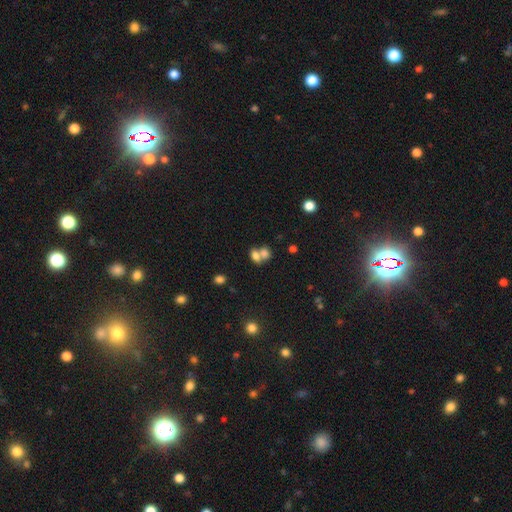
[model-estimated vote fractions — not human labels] Overall: smooth (73%). How rounded: in between (68%; round 29%). Merging: merger (64%; none 25%).